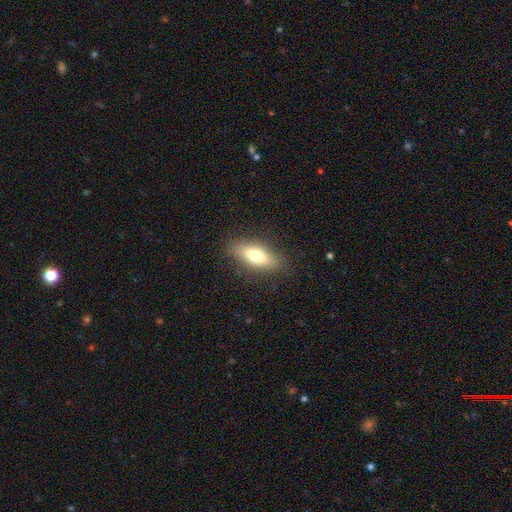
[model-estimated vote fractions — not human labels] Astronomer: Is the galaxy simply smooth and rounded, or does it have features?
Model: smooth — 72%.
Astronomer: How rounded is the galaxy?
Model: in between — 72%.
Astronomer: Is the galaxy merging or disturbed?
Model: none — 85%.